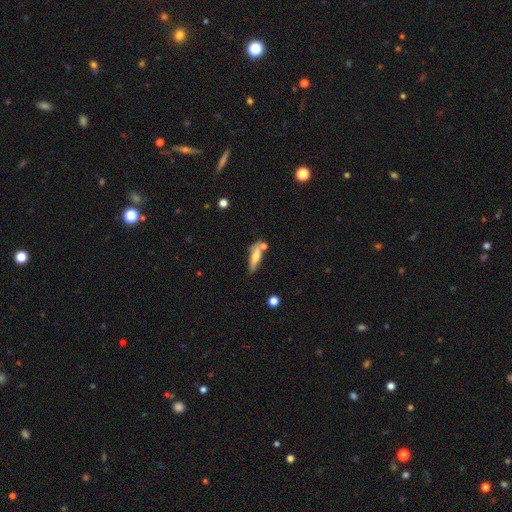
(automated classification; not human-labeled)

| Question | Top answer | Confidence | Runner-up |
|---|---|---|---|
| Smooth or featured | smooth | 61% | featured or disk (31%) |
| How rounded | cigar-shaped | 59% | in between (38%) |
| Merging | none | 48% | minor disturbance (22%) |